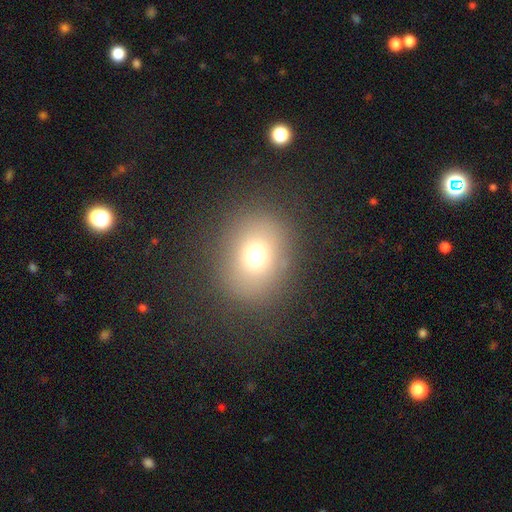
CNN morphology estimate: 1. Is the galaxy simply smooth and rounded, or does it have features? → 70% smooth, 18% star or artifact, 12% featured or disk.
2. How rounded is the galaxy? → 66% round, 33% in between, 1% cigar-shaped.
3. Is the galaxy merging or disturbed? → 81% none, 10% minor disturbance, 7% major disturbance, 1% merger.